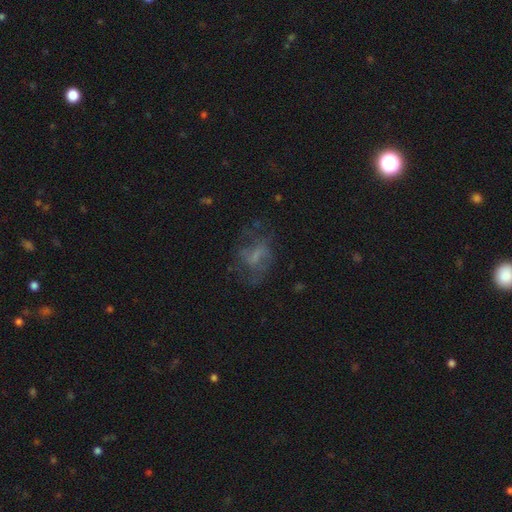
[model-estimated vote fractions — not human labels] Smooth or featured? featured or disk (49%)
Merging? none (50%)